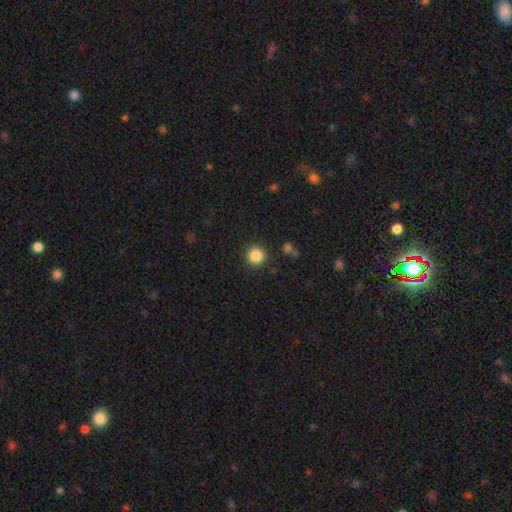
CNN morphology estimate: Overall: smooth (86%). How rounded: round (95%). Merging: none (90%).